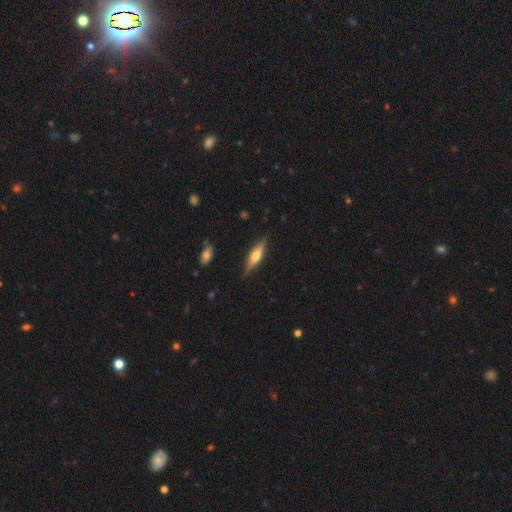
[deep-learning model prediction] This appears to be a featured or disk galaxy (51%) viewed edge-on (93%). Merging: none (85%).